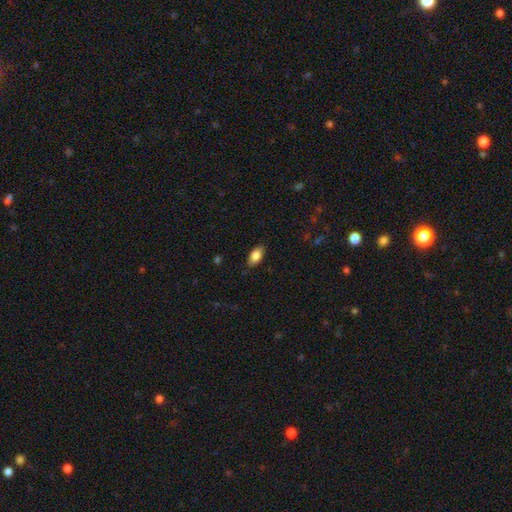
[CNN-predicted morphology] The model was most divided on "smooth or featured": smooth: 82%, featured or disk: 11%, star or artifact: 7%. More confident: how rounded — in between (90%); merging — none (84%).